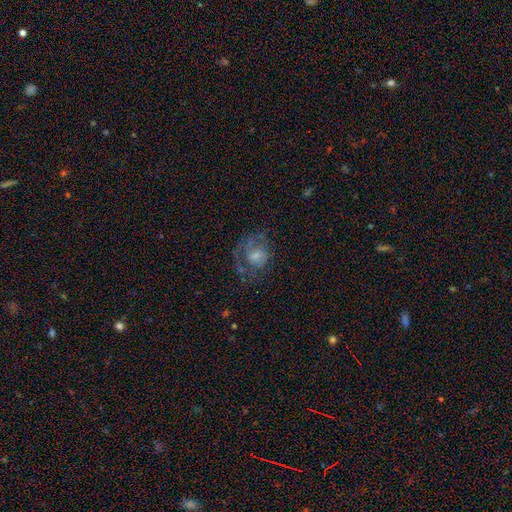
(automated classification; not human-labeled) Smooth or featured?
  - featured or disk: 57% *
  - smooth: 29%
  - star or artifact: 14%
Edge-on disk?
  - no: 97% *
  - yes: 3%
Bar?
  - no: 72% *
  - weak: 24%
  - strong: 4%
Spiral arms?
  - yes: 64% *
  - no: 36%
Bulge size?
  - moderate: 40% *
  - small: 34%
  - none: 13%
  - large: 10%
  - dominant: 2%
Merging?
  - none: 54% *
  - major disturbance: 25%
  - minor disturbance: 19%
  - merger: 2%